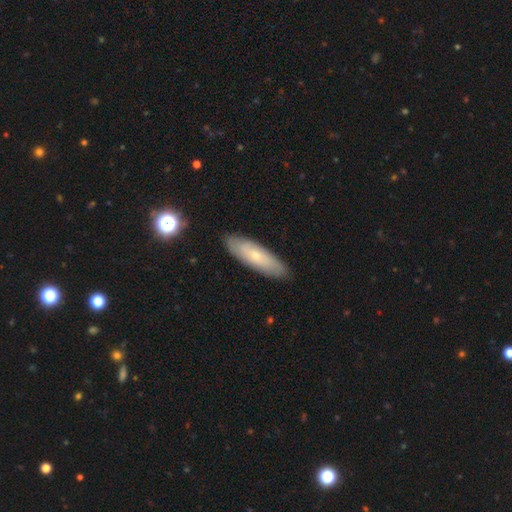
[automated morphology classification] Smooth or featured? smooth (54%)
How rounded? cigar-shaped (51%)
Merging? none (86%)